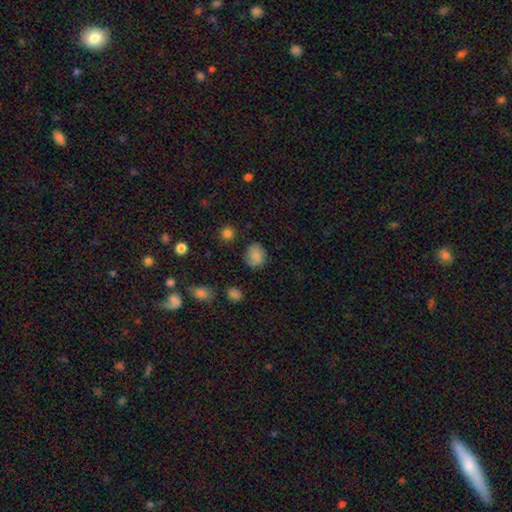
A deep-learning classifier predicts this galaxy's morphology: Smooth or featured? smooth (82%)
How rounded? round (67%)
Merging? none (76%)